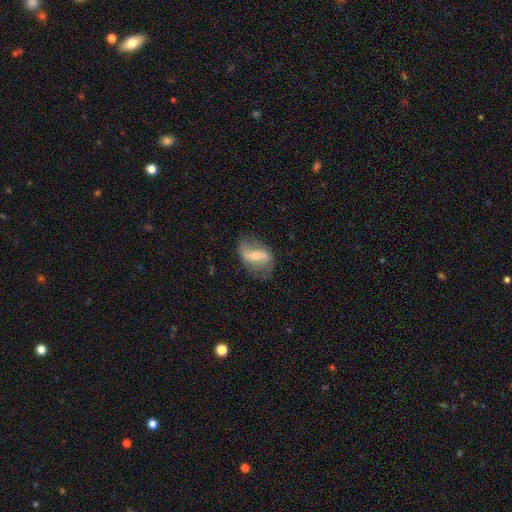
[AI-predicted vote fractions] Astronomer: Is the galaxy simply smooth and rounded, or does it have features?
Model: featured or disk — 75%.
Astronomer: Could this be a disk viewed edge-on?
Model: no — 94%.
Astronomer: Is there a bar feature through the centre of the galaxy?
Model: strong — 48% (runner-up: weak, 35%).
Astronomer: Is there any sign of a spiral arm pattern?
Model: yes — 86%.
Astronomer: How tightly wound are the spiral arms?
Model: loose — 72%.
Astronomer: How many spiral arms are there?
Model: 2 — 88%.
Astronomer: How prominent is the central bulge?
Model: small — 48% (runner-up: moderate, 42%).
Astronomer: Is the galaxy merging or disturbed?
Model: none — 69%.